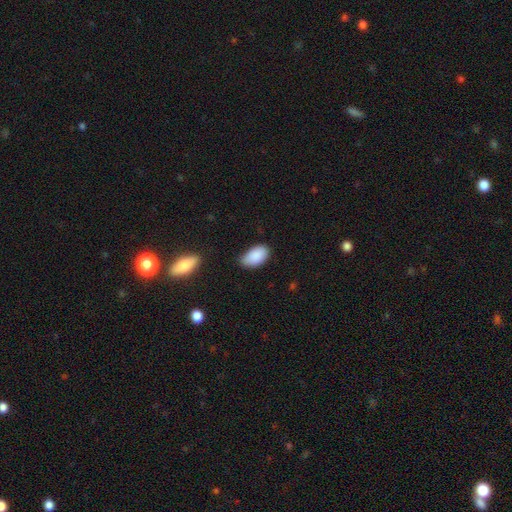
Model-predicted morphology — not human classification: smooth 89%, star or artifact 7%, featured or disk 4%. Down the decision tree: how rounded — in between (95%); merging — none (67%).